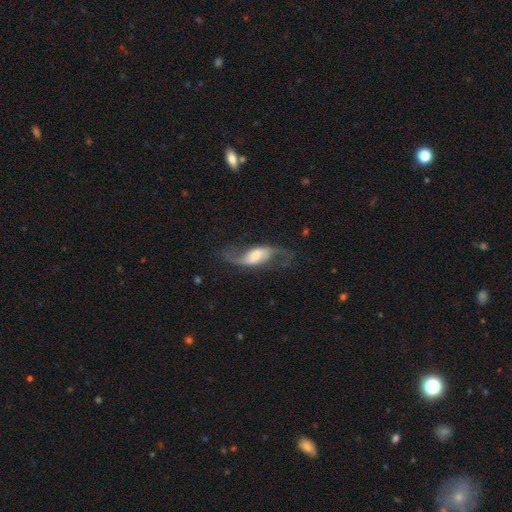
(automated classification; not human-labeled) Q: Smooth or featured?
A: featured or disk (81%); runner-up: smooth (13%)
Q: Edge-on disk?
A: no (93%); runner-up: yes (7%)
Q: Bar?
A: weak (43%); runner-up: no (30%)
Q: Spiral arms?
A: yes (95%); runner-up: no (5%)
Q: Spiral winding?
A: loose (85%); runner-up: medium (12%)
Q: Spiral arm count?
A: 2 (92%); runner-up: 1 (3%)
Q: Bulge size?
A: large (28%); runner-up: moderate (27%)
Q: Merging?
A: none (66%); runner-up: minor disturbance (17%)